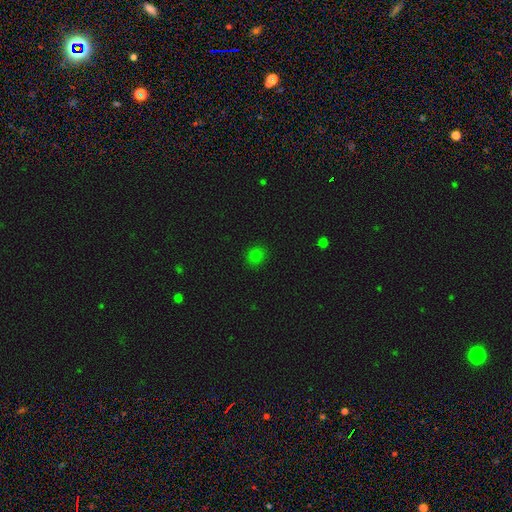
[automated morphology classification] Smooth or featured? smooth (77%)
How rounded? round (82%)
Merging? none (88%)